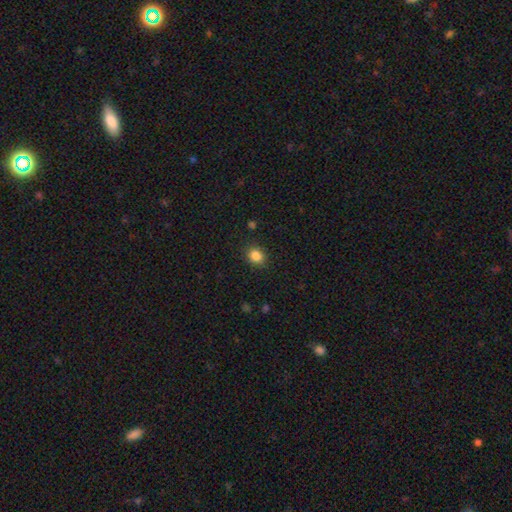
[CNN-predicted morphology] A smooth galaxy with no disk features (85%) that is round (62%).

Vote fractions:
- Smooth or featured? smooth: 85% / star or artifact: 11% / featured or disk: 4%
- How rounded? round: 62% / in between: 37% / cigar-shaped: 1%
- Merging? none: 87% / minor disturbance: 9% / major disturbance: 3% / merger: 1%